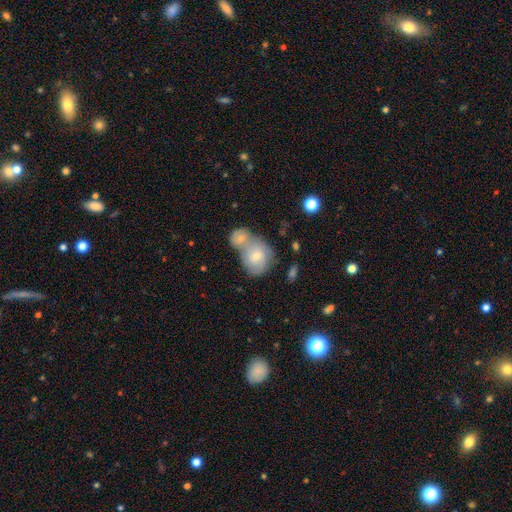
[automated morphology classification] Q: Smooth or featured?
A: smooth (59%); runner-up: featured or disk (34%)
Q: How rounded?
A: round (61%); runner-up: in between (37%)
Q: Merging?
A: merger (66%); runner-up: none (22%)